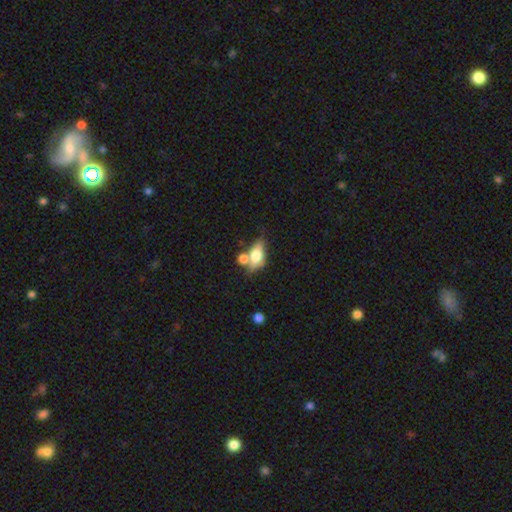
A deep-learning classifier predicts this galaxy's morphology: This appears to be a smooth galaxy with no disk features (62%) that is in between round and cigar-shaped (79%). Merging: none (39%).